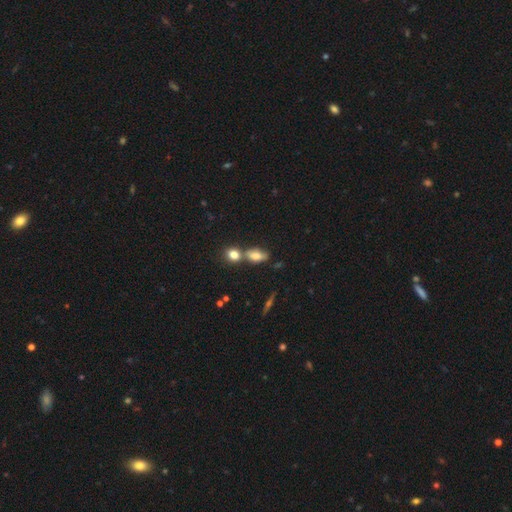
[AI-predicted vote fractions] smooth-or-featured: smooth: 68% | featured or disk: 19% | star or artifact: 13%
  how-rounded: in between: 77% | round: 14% | cigar-shaped: 9%
  merging: none: 45% | merger: 35% | minor disturbance: 14% | major disturbance: 6%